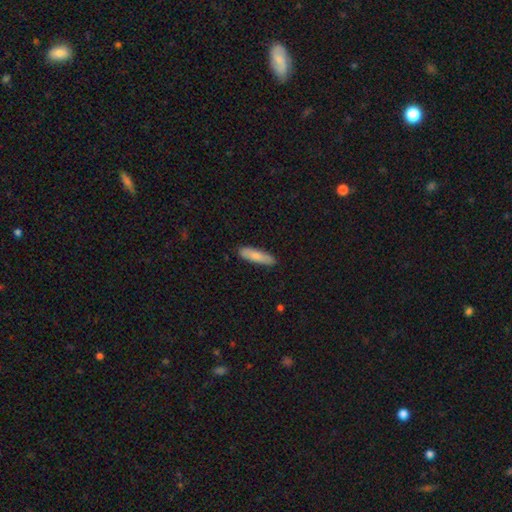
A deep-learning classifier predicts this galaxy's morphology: A smooth galaxy with no disk features (79%) that is cigar-shaped (69%). Merging: none (88%).